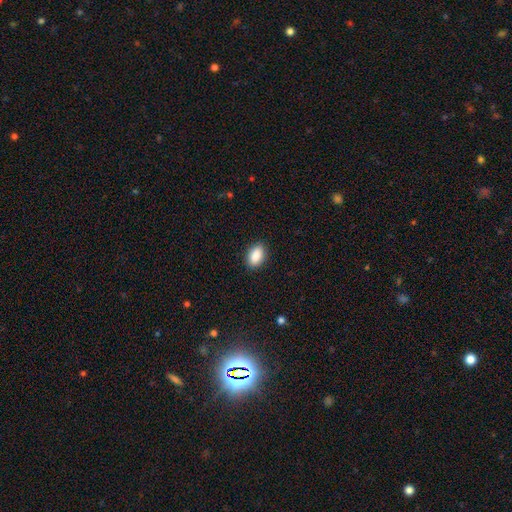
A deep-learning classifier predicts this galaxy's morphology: Smooth or featured?
  - smooth: 89% *
  - star or artifact: 7%
  - featured or disk: 4%
How rounded?
  - in between: 91% *
  - round: 8%
  - cigar-shaped: 2%
Merging?
  - none: 88% *
  - minor disturbance: 9%
  - major disturbance: 2%
  - merger: 1%